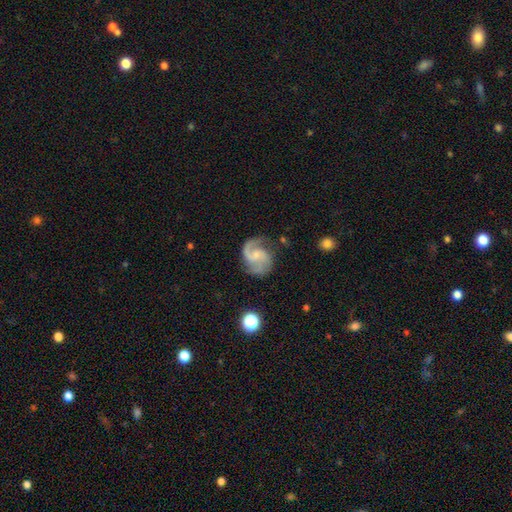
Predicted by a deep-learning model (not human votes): Overall: featured or disk (88%). Edge-on disk: no (98%). Bar: no (47%; weak 45%). Spiral arms: yes (98%). Spiral arm count: 2 (84%). Spiral winding: medium (56%; loose 27%). Bulge size: small (49%; none 24%). Merging: none (70%).